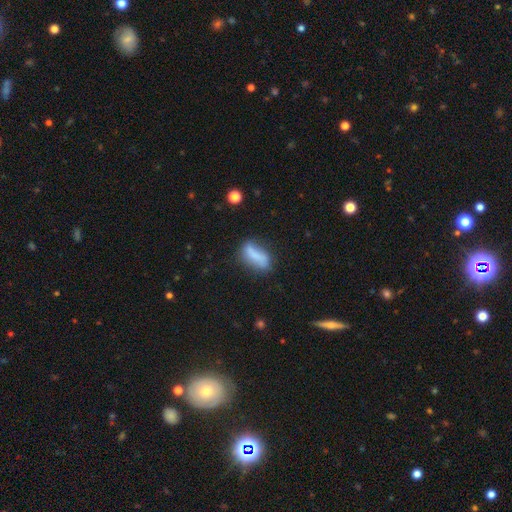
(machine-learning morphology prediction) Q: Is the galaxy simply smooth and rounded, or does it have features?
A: smooth — 70%.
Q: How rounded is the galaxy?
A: in between — 67%.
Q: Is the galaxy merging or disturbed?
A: none — 54%.